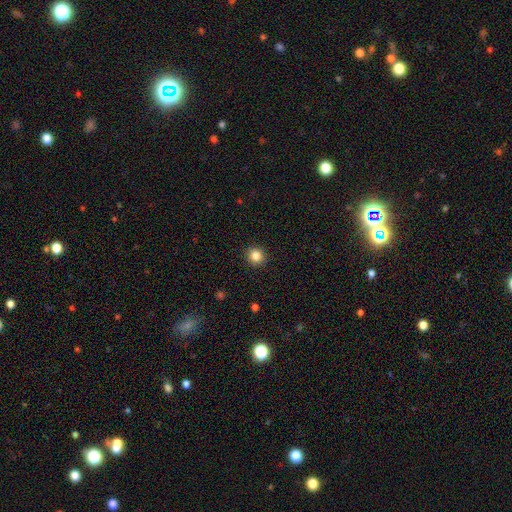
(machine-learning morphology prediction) Smooth or featured: smooth — 85% (star or artifact — 11%)
How rounded: round — 90% (in between — 9%)
Merging: none — 92% (minor disturbance — 5%)